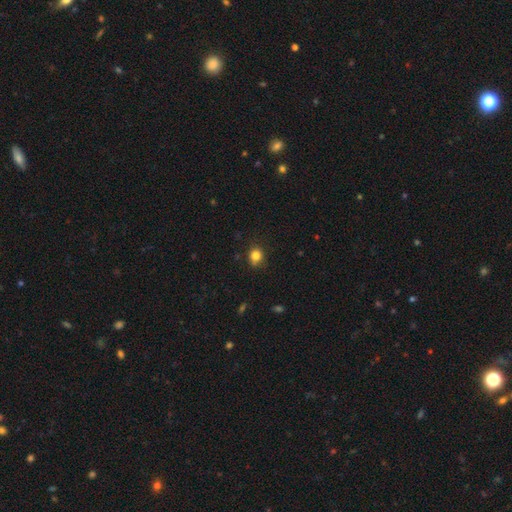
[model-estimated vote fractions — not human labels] Smooth or featured?
  - smooth: 83% *
  - star or artifact: 12%
  - featured or disk: 6%
How rounded?
  - round: 70% *
  - in between: 29%
  - cigar-shaped: 1%
Merging?
  - none: 79% *
  - minor disturbance: 17%
  - major disturbance: 3%
  - merger: 1%